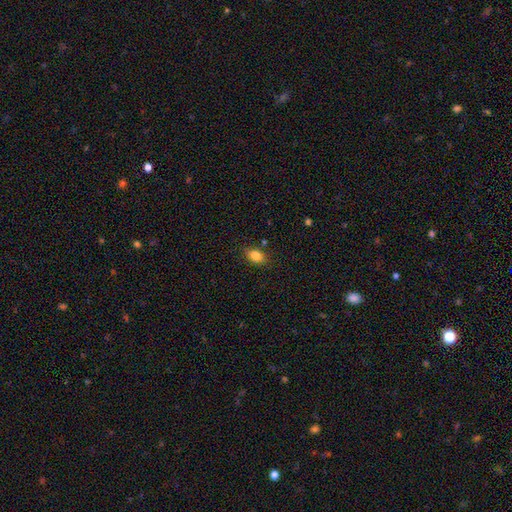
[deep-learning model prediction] This is clearly a smooth galaxy (83%). How rounded: clearly in between (82%). Merging: clearly none (83%).